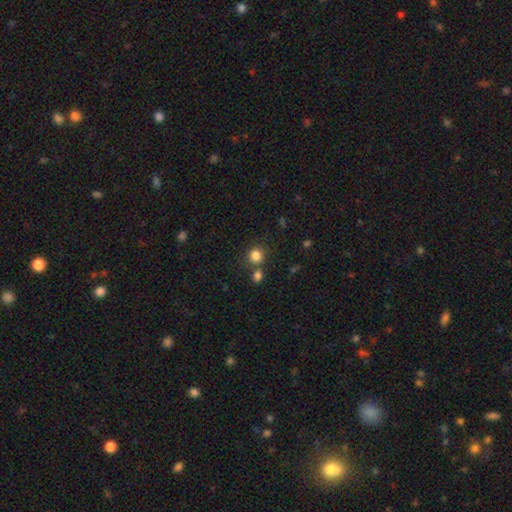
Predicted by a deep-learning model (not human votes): smooth_or_featured: smooth (p=0.83) [alt: star or artifact p=0.12]
how_rounded: round (p=0.86) [alt: in between p=0.13]
merging: none (p=0.68) [alt: merger p=0.19]